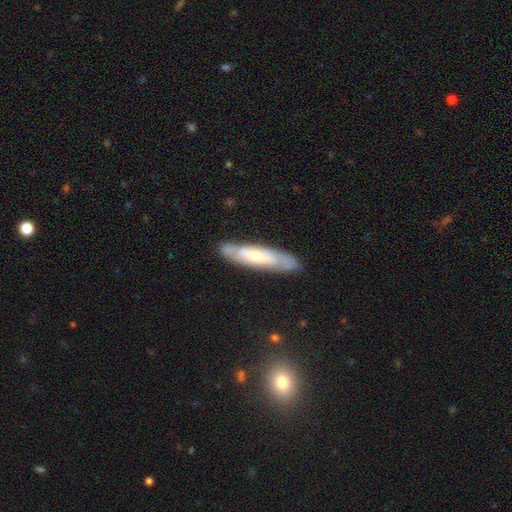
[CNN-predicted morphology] Smooth or featured? featured or disk (62%)
Edge-on disk? yes (53%)
Merging? none (79%)